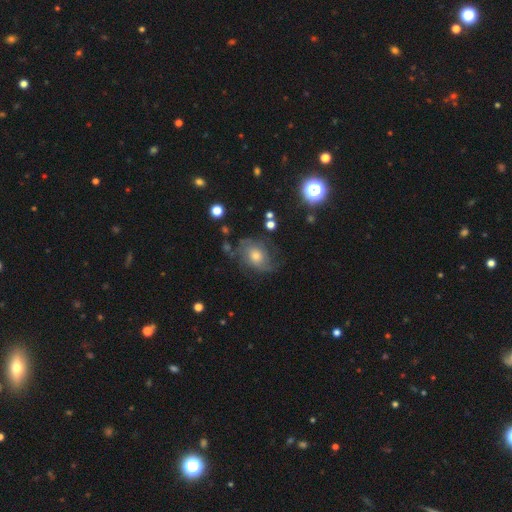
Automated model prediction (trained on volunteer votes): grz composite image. It shows a featured or disk galaxy (63%) with no bar (77%), medium (41%) spiral arms (86%) and a moderate central bulge (61%). Merging: none (66%).